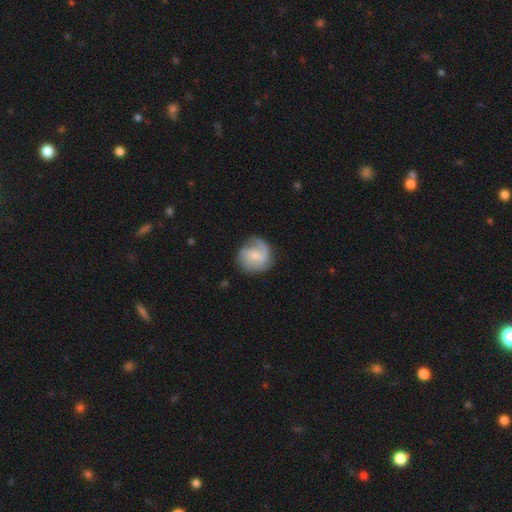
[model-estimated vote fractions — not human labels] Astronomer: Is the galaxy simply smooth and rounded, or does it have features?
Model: featured or disk — 71%.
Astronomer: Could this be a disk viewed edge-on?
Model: no — 98%.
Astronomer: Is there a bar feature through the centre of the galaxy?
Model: weak — 47% (runner-up: no, 44%).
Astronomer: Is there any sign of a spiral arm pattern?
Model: yes — 94%.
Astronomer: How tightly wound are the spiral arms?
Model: medium — 45% (runner-up: tight, 33%).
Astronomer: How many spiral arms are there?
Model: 2 — 45%.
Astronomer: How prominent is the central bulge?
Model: small — 52%.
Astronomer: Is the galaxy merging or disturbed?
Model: none — 71%.